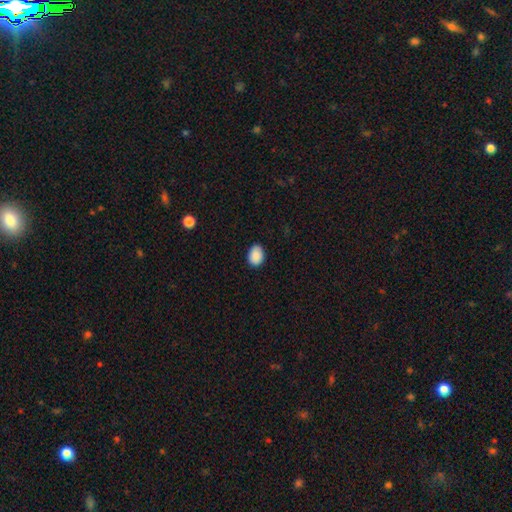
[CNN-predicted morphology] Smooth or featured?
  - smooth: 89% *
  - star or artifact: 7%
  - featured or disk: 3%
How rounded?
  - in between: 67% *
  - round: 32%
  - cigar-shaped: 1%
Merging?
  - none: 86% *
  - minor disturbance: 11%
  - major disturbance: 2%
  - merger: 1%